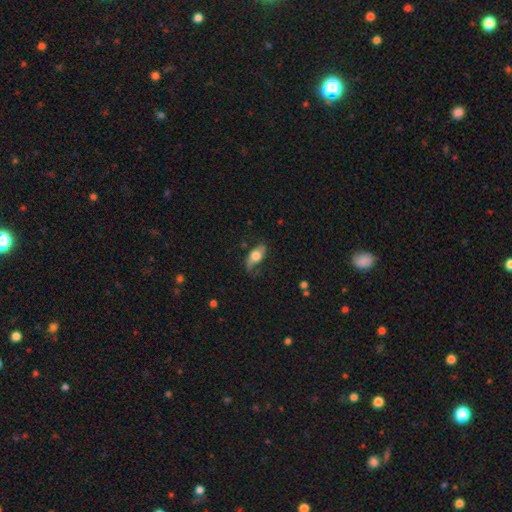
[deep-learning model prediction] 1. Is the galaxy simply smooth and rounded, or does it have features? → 51% smooth, 42% featured or disk, 7% star or artifact.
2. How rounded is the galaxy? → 82% in between, 11% cigar-shaped, 7% round.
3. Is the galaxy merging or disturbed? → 61% none, 24% minor disturbance, 13% major disturbance, 2% merger.